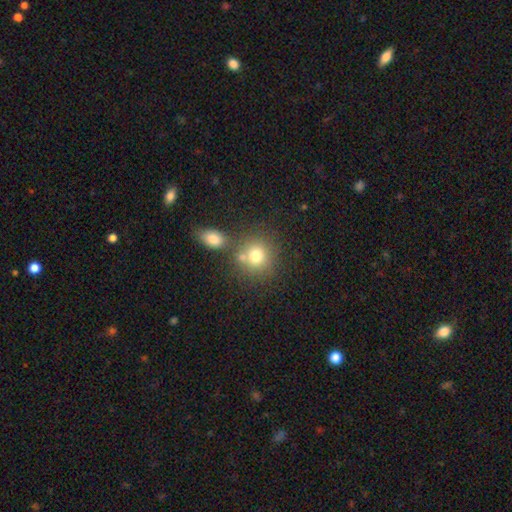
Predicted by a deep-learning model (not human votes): Smooth or featured?
  - smooth: 75% *
  - star or artifact: 13%
  - featured or disk: 12%
How rounded?
  - round: 84% *
  - in between: 15%
  - cigar-shaped: 1%
Merging?
  - none: 58% *
  - merger: 28%
  - minor disturbance: 10%
  - major disturbance: 4%